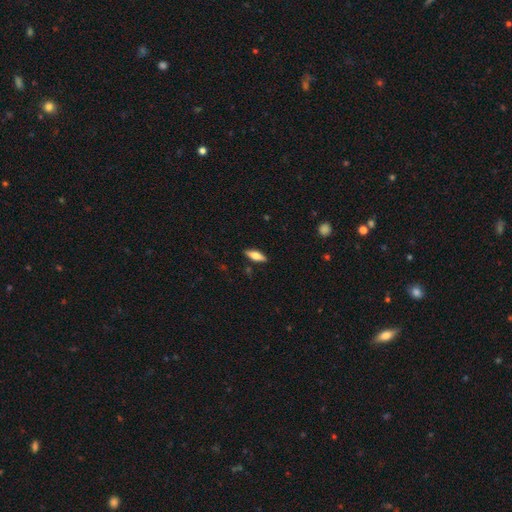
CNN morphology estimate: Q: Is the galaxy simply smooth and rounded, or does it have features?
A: smooth — 60%.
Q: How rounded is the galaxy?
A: in between — 59%.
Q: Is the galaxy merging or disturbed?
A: none — 87%.